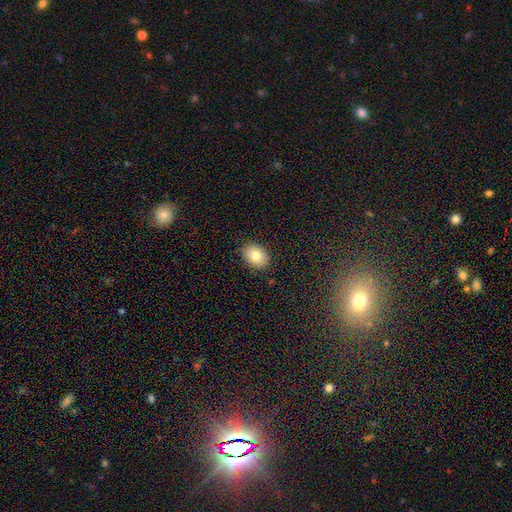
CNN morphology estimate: type=smooth (82%); roundness=in between (75%); merging=none (88%).